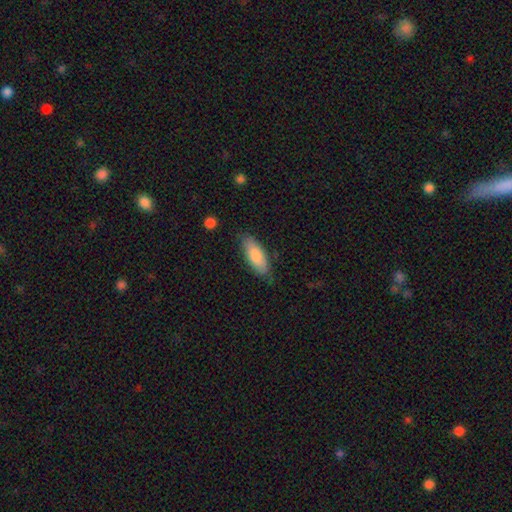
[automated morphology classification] smooth_or_featured: smooth (p=0.83) [alt: featured or disk p=0.12]
how_rounded: in between (p=0.69) [alt: cigar-shaped p=0.29]
merging: none (p=0.78) [alt: minor disturbance p=0.17]